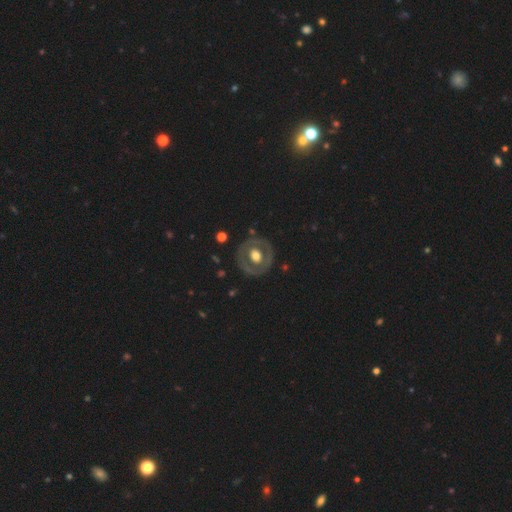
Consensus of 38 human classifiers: Smooth or featured?
  - featured or disk: 63% *
  - smooth: 29%
  - star or artifact: 8%
Edge-on disk?
  - no: 100% *
  - yes: 0%
Bar?
  - no: 62% *
  - weak: 25%
  - strong: 12%
Spiral arms?
  - no: 83% *
  - yes: 17%
Bulge size?
  - moderate: 50% *
  - large: 33%
  - small: 12%
  - dominant: 4%
  - none: 0%
Merging?
  - none: 91% *
  - minor disturbance: 9%
  - major disturbance: 0%
  - merger: 0%